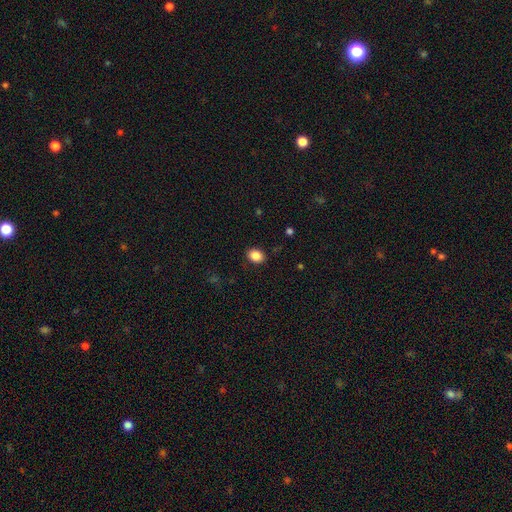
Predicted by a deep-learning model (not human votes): Smooth or featured: smooth — 87% (star or artifact — 9%)
How rounded: in between — 65% (round — 34%)
Merging: none — 88% (minor disturbance — 9%)